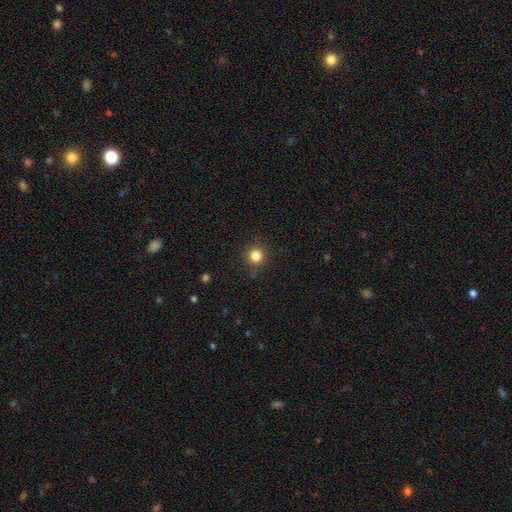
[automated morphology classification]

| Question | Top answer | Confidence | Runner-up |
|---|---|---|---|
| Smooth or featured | smooth | 83% | star or artifact (12%) |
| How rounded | round | 93% | in between (6%) |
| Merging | none | 88% | minor disturbance (8%) |